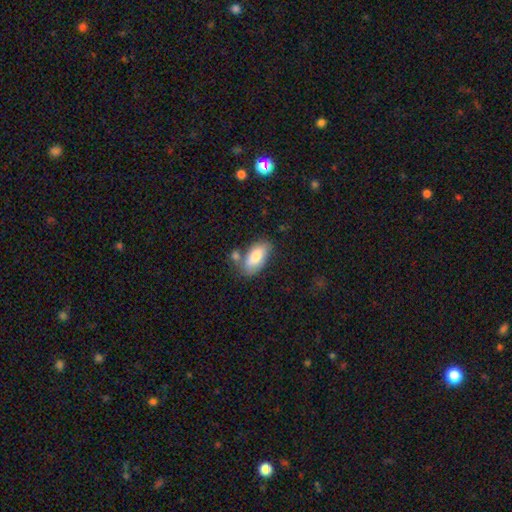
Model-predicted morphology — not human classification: smooth-or-featured: smooth: 77% | featured or disk: 17% | star or artifact: 6%
  how-rounded: in between: 91% | cigar-shaped: 6% | round: 3%
  merging: none: 59% | minor disturbance: 18% | merger: 18% | major disturbance: 5%